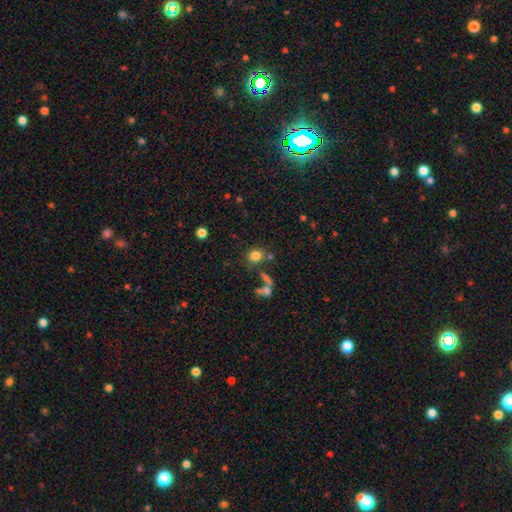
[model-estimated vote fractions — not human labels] This appears to be a smooth galaxy with no disk features (81%) that is round (77%). Merging: none (72%).